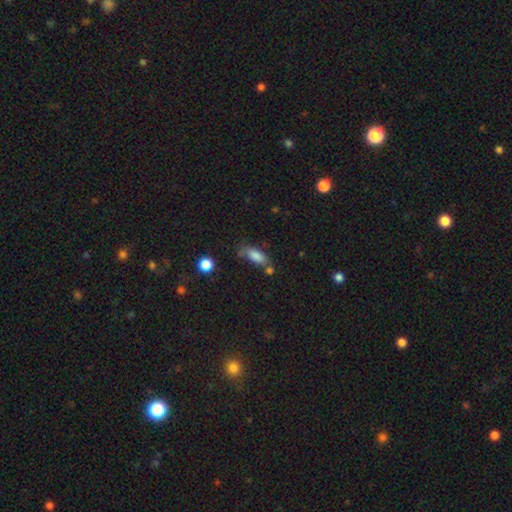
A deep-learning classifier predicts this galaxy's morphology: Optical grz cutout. It shows a smooth galaxy with no disk features (81%) that is in between round and cigar-shaped (80%). Merging: none (51%).